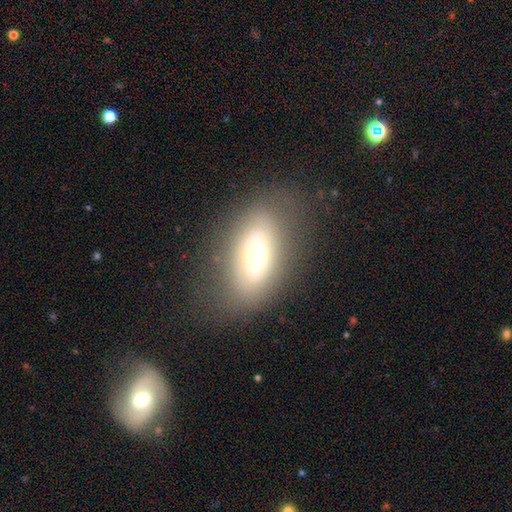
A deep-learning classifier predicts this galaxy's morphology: Q: Smooth or featured?
A: smooth (48%); runner-up: featured or disk (42%)
Q: Merging?
A: none (70%); runner-up: minor disturbance (18%)